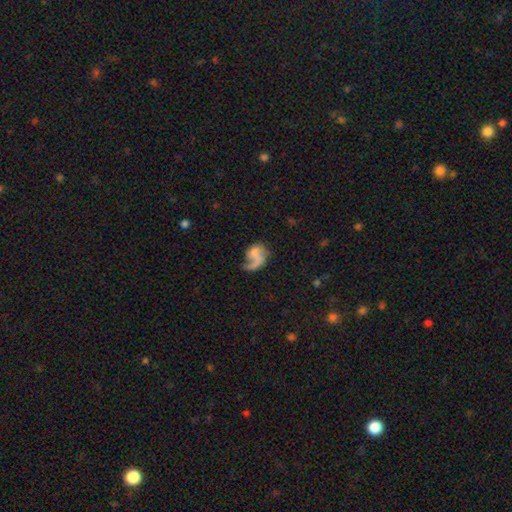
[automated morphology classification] The model was most divided on "merging": major disturbance: 42%, none: 29%, minor disturbance: 19%, merger: 9%. More confident: edge-on disk — no (98%); spiral arms — yes (71%); bar — no (70%); bulge size — none (58%); smooth or featured — featured or disk (56%).